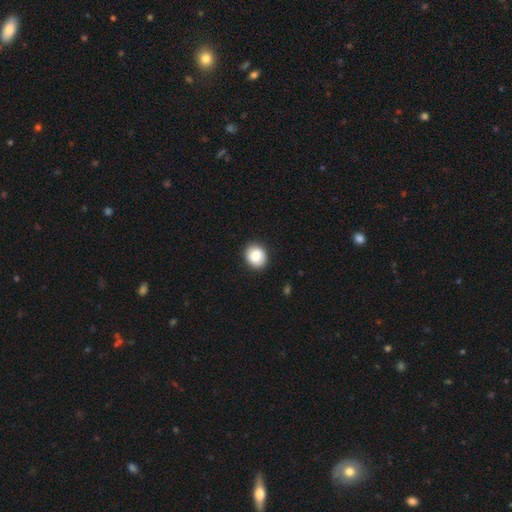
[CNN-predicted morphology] Smooth or featured: smooth — 83% (featured or disk — 9%)
How rounded: round — 68% (in between — 32%)
Merging: none — 90% (minor disturbance — 7%)